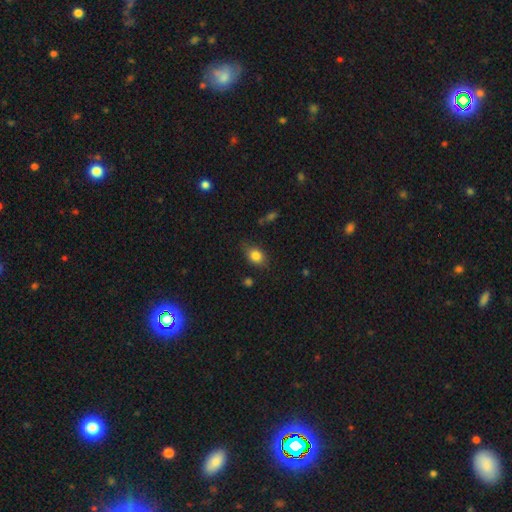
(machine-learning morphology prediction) smooth-or-featured: smooth: 82% | star or artifact: 9% | featured or disk: 9%
  how-rounded: in between: 68% | round: 30% | cigar-shaped: 2%
  merging: none: 75% | minor disturbance: 19% | major disturbance: 4% | merger: 2%